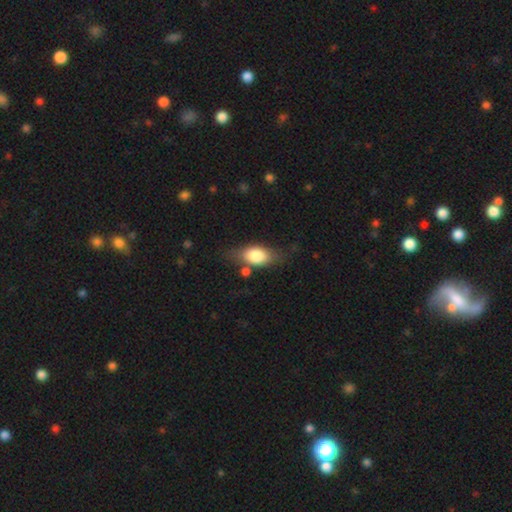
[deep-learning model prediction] Morphology: type=smooth (76%); roundness=in between (84%); merging=none (63%).